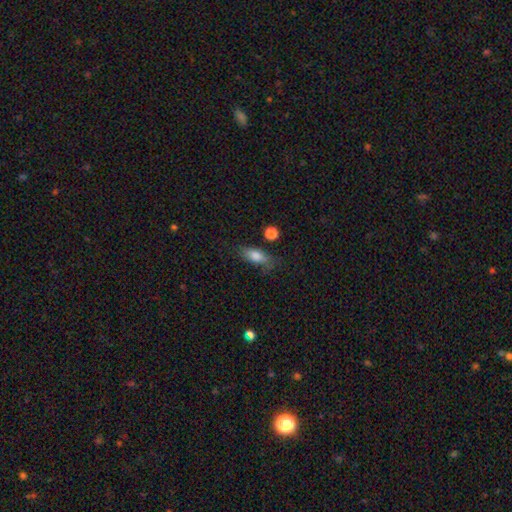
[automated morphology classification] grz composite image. It shows a smooth galaxy with no disk features (80%) that is in between round and cigar-shaped (77%). Merging: none (64%).